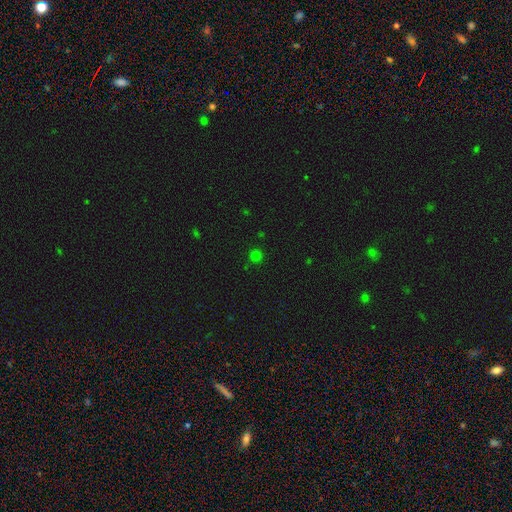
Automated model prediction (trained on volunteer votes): The model was most divided on "smooth or featured": smooth: 74%, star or artifact: 22%, featured or disk: 4%. More confident: how rounded — round (94%); merging — none (90%).